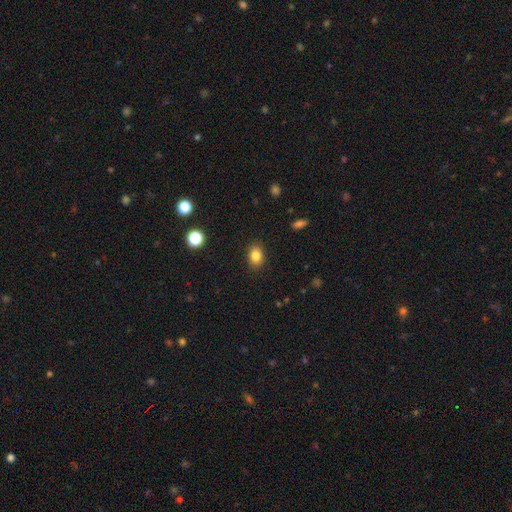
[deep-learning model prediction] smooth 84%, star or artifact 10%, featured or disk 6%. Down the decision tree: how rounded — in between (70%); merging — none (88%).